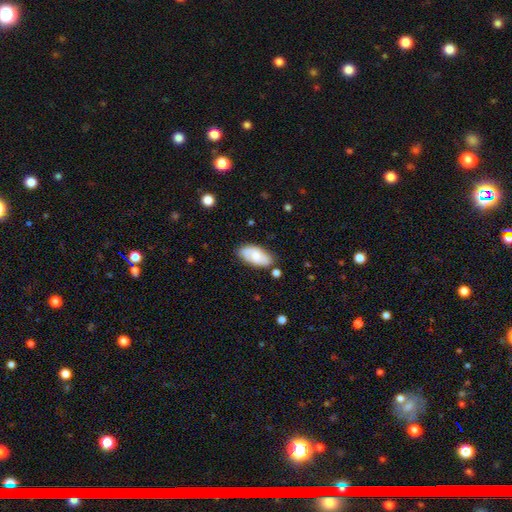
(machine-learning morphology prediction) smooth 66%, featured or disk 28%, star or artifact 6%. Down the decision tree: how rounded — in between (92%); merging — none (76%).